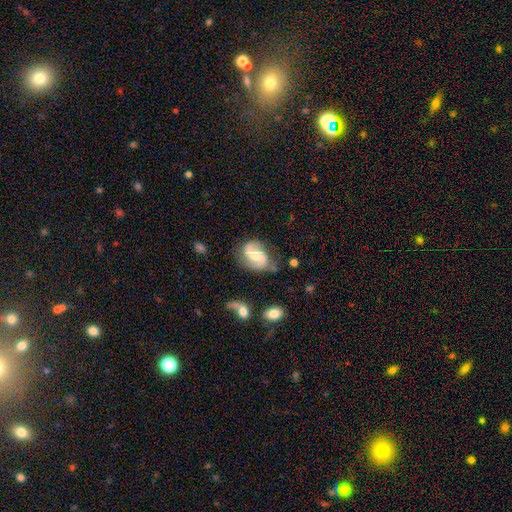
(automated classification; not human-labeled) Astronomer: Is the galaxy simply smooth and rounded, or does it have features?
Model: featured or disk — 82%.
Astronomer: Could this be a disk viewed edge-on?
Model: no — 98%.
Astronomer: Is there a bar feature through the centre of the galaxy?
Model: weak — 44%, tied with no at 44%.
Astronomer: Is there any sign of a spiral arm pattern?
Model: yes — 96%.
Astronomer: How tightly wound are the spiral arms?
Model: medium — 49% (runner-up: loose, 33%).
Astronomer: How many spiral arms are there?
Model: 2 — 90%.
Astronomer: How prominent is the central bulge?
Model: moderate — 59%.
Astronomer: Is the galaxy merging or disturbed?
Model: none — 69%.